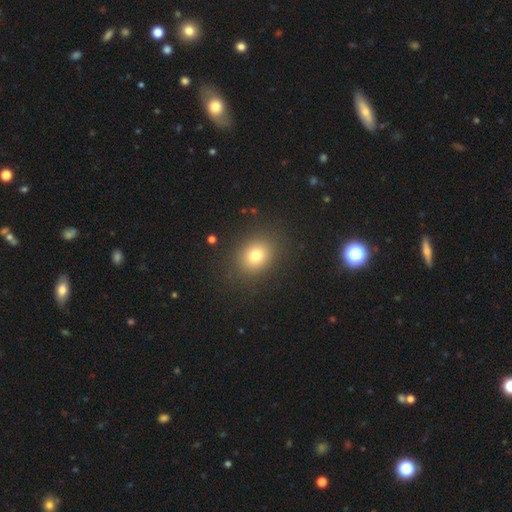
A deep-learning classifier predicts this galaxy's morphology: Smooth or featured?
  - smooth: 76% *
  - star or artifact: 14%
  - featured or disk: 10%
How rounded?
  - round: 63% *
  - in between: 36%
  - cigar-shaped: 1%
Merging?
  - none: 86% *
  - minor disturbance: 8%
  - major disturbance: 4%
  - merger: 1%